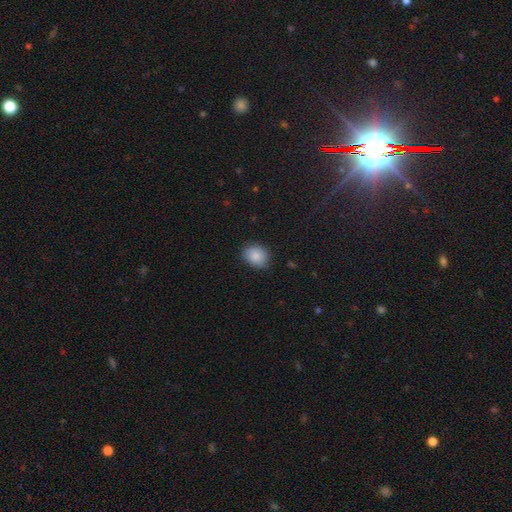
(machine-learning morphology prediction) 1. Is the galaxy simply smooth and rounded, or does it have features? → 87% smooth, 8% star or artifact, 5% featured or disk.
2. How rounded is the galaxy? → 54% round, 45% in between, 1% cigar-shaped.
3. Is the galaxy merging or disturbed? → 82% none, 14% minor disturbance, 3% major disturbance, 1% merger.